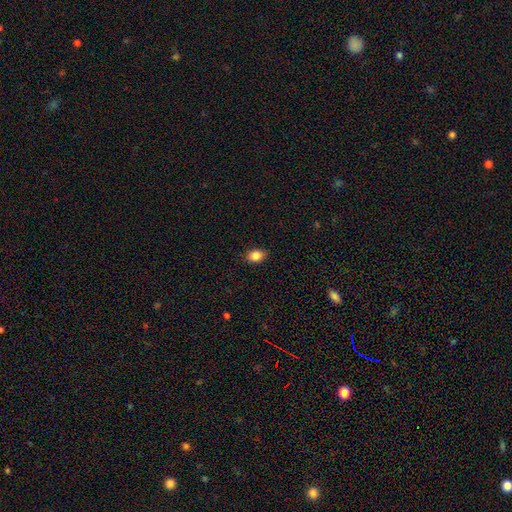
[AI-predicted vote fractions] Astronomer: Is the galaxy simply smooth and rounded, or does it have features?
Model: smooth — 86%.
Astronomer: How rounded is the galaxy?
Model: in between — 72%.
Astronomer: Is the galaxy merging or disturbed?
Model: none — 87%.